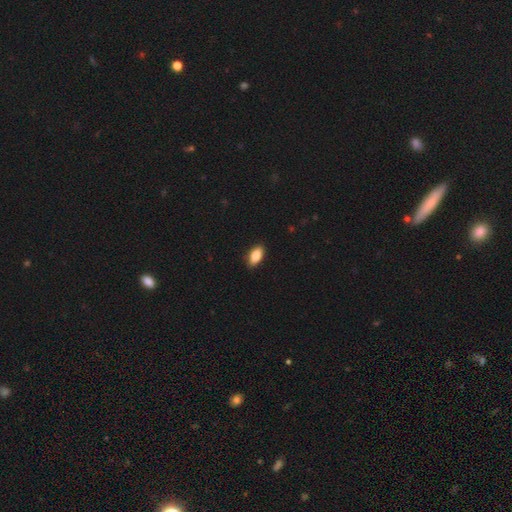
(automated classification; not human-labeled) This appears to be a smooth galaxy with no disk features (83%) that is in between round and cigar-shaped (89%). Merging: none (89%).